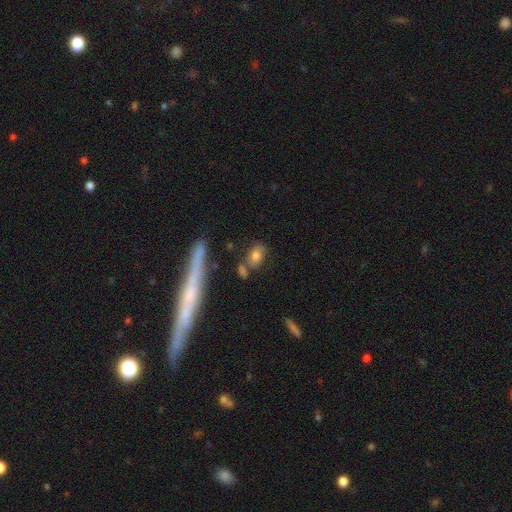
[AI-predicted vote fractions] Morphology: type=smooth (75%); roundness=in between (74%); merging=none (68%).